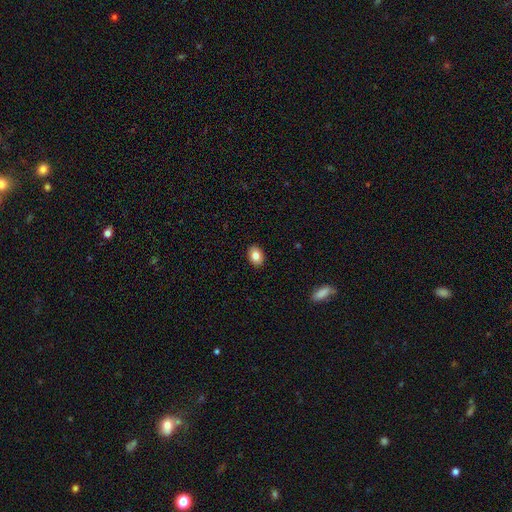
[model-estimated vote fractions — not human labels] Smooth or featured?
  - smooth: 83% *
  - featured or disk: 9%
  - star or artifact: 8%
How rounded?
  - in between: 78% *
  - round: 21%
  - cigar-shaped: 1%
Merging?
  - none: 90% *
  - minor disturbance: 7%
  - major disturbance: 2%
  - merger: 1%